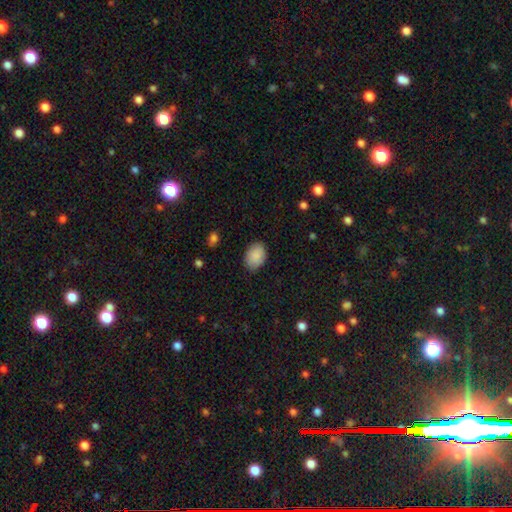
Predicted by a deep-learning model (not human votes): Smooth or featured?
  - smooth: 88% *
  - star or artifact: 6%
  - featured or disk: 6%
How rounded?
  - in between: 78% *
  - round: 21%
  - cigar-shaped: 1%
Merging?
  - none: 83% *
  - minor disturbance: 14%
  - major disturbance: 3%
  - merger: 1%